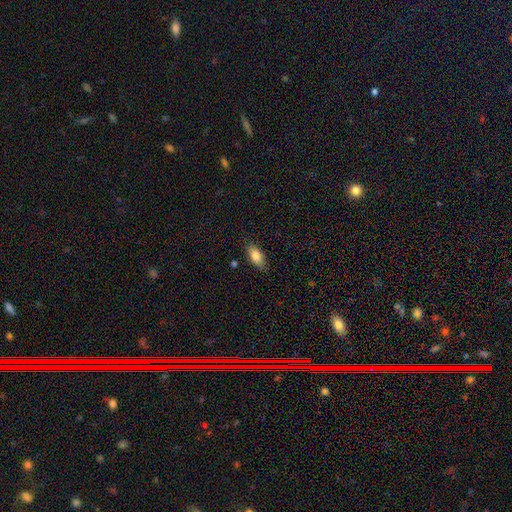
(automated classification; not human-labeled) This is clearly a smooth galaxy (83%). How rounded: clearly in between (87%). Merging: clearly none (83%).